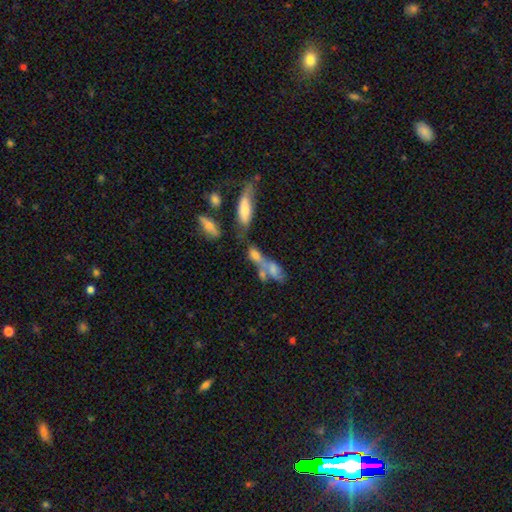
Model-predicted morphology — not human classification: Smooth or featured: smooth — 51% (featured or disk — 34%)
How rounded: in between — 57% (cigar-shaped — 35%)
Merging: merger — 53% (none — 25%)